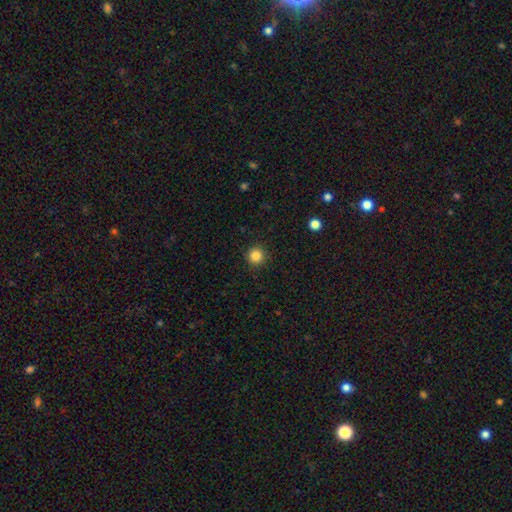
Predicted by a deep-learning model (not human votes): The model was most divided on "smooth or featured": smooth: 85%, star or artifact: 11%, featured or disk: 3%. More confident: how rounded — round (96%); merging — none (92%).